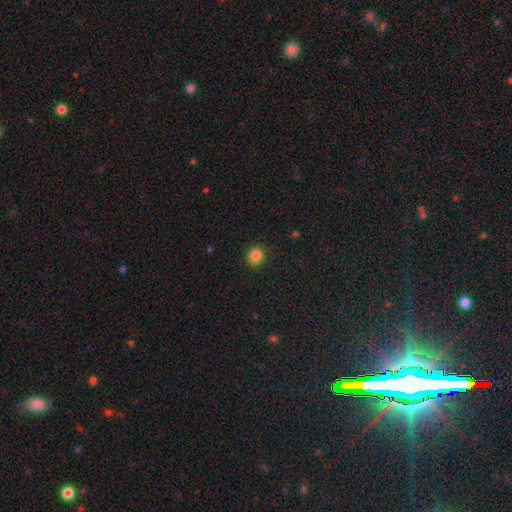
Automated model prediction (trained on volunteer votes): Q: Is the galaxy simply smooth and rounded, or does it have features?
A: smooth — 85%.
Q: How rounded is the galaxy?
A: round — 92%.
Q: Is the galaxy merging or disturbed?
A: none — 91%.